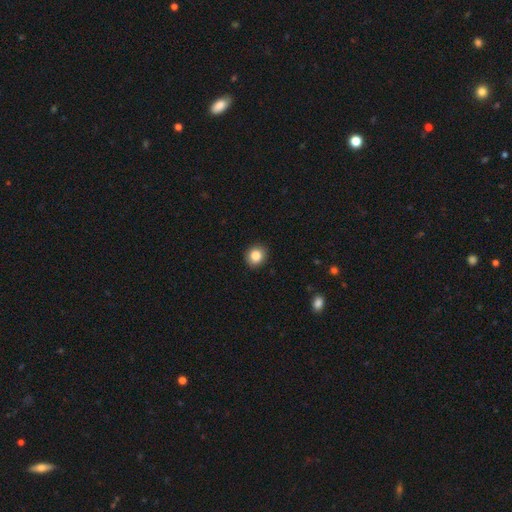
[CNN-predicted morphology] Smooth or featured? Predicted: smooth (p=0.85). How rounded? Predicted: round (p=0.77). Merging? Predicted: none (p=0.91).